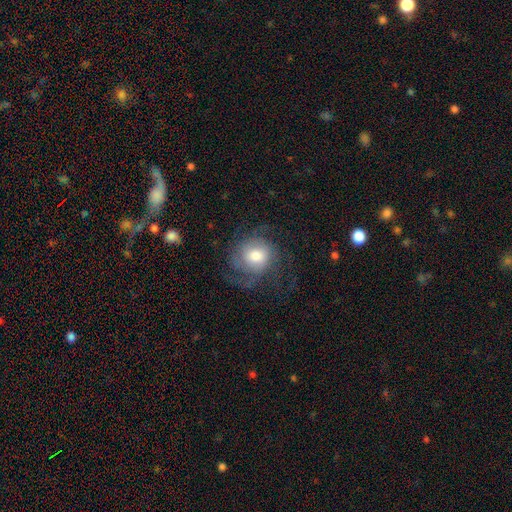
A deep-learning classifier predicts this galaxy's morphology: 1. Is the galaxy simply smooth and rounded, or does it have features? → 60% featured or disk, 32% smooth, 9% star or artifact.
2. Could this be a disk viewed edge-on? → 97% no, 3% yes.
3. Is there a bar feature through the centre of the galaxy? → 73% no, 23% weak, 4% strong.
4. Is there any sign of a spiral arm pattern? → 88% yes, 12% no.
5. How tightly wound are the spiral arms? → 42% medium, 30% tight, 28% loose.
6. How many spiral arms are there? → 30% 2, 26% can't tell, 23% 3, 9% 1, 7% 4, 5% more than 4.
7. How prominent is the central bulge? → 59% moderate, 25% large, 12% small, 3% dominant, 1% none.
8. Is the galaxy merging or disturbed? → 60% none, 22% major disturbance, 17% minor disturbance, 1% merger.